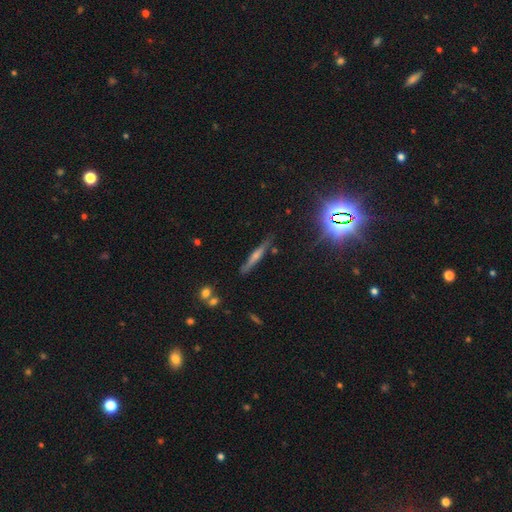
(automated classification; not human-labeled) Morphology: type=featured or disk (52%); edge-on=yes (94%); merging=none (83%).